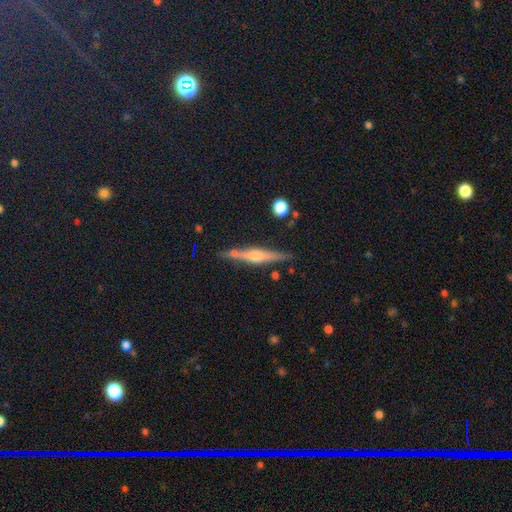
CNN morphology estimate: This is likely a featured or disk galaxy (76%). It is clearly viewed edge-on (98%). Edge-on bulge: clearly rounded (82%). Merging: clearly none (86%).